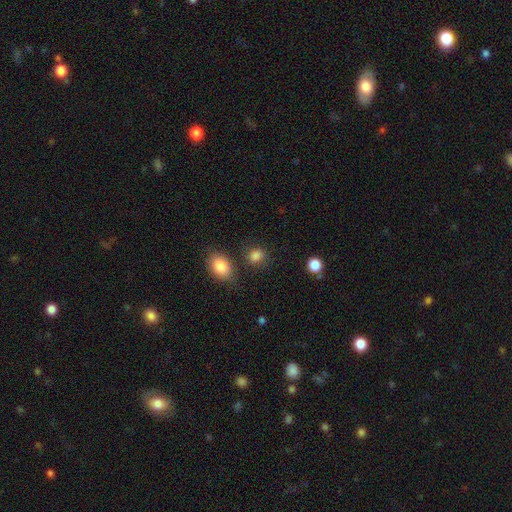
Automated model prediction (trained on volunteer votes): Morphology: type=smooth (85%); roundness=round (53%); merging=none (74%).